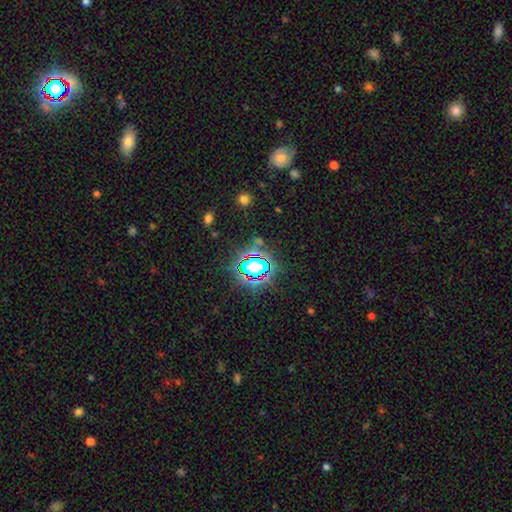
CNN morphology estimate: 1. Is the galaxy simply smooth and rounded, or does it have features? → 78% star or artifact, 13% smooth, 8% featured or disk.